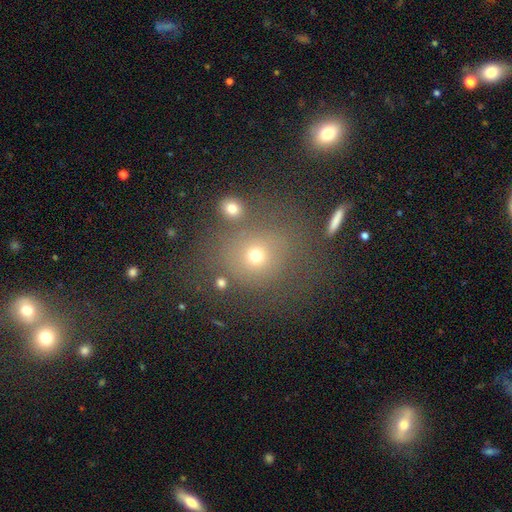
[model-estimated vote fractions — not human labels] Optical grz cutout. It shows a smooth galaxy with no disk features (66%) that is round (78%). Merging: none (67%).